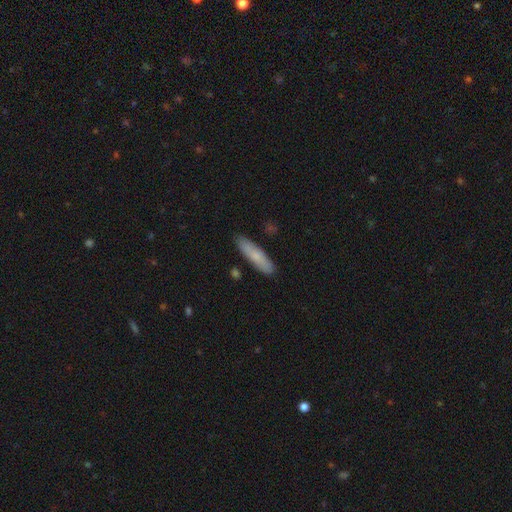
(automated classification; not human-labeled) This appears to be a smooth galaxy with no disk features (75%) that is cigar-shaped (78%). Merging: none (87%).